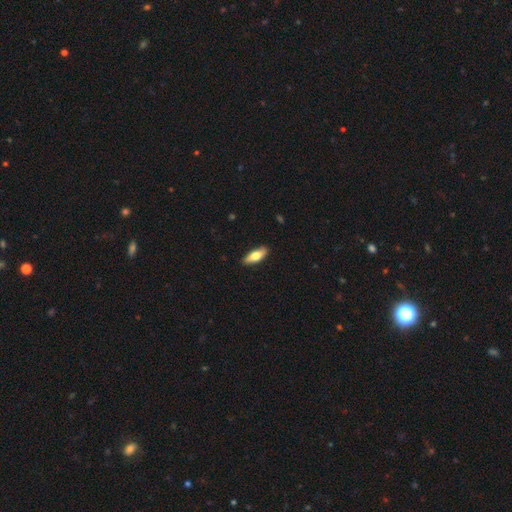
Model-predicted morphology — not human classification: This is likely a smooth galaxy (71%). How rounded: likely in between (70%). Merging: clearly none (86%).